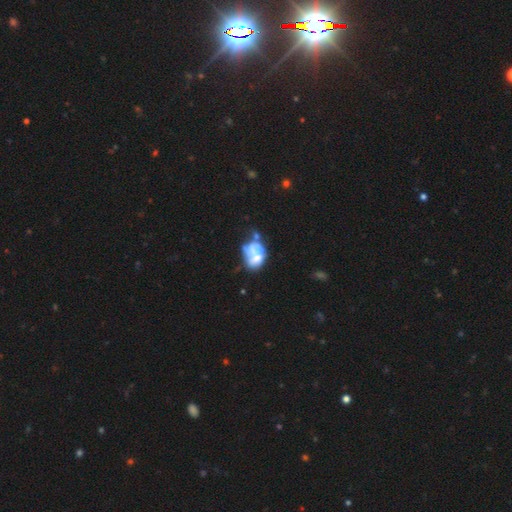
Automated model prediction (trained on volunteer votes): featured or disk 50%, smooth 40%, star or artifact 10%. Down the decision tree: edge-on disk — no (98%); merging — merger (31%).